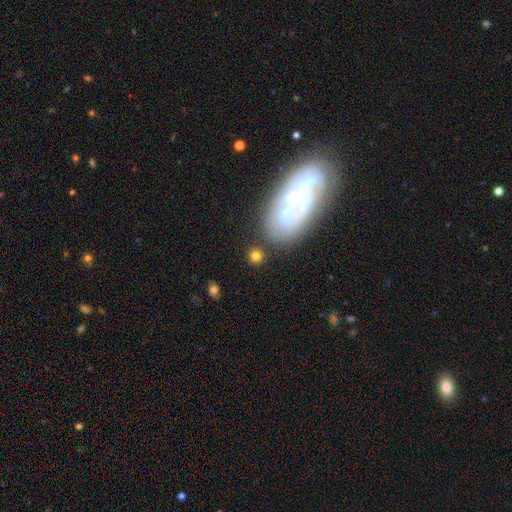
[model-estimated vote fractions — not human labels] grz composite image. It shows a smooth galaxy with no disk features (73%) that is round (79%). Merging: none (76%).